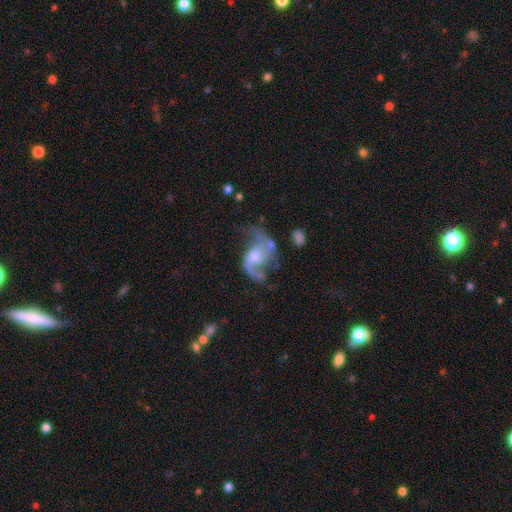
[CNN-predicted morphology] Smooth or featured? Predicted: featured or disk (p=0.85). Edge-on disk? Predicted: no (p=0.97). Bar? Predicted: no (p=0.52). Spiral arms? Predicted: yes (p=0.94). Spiral winding? Predicted: loose (p=0.60). Spiral arm count? Predicted: 2 (p=0.89). Bulge size? Predicted: moderate (p=0.45). Merging? Predicted: none (p=0.52).